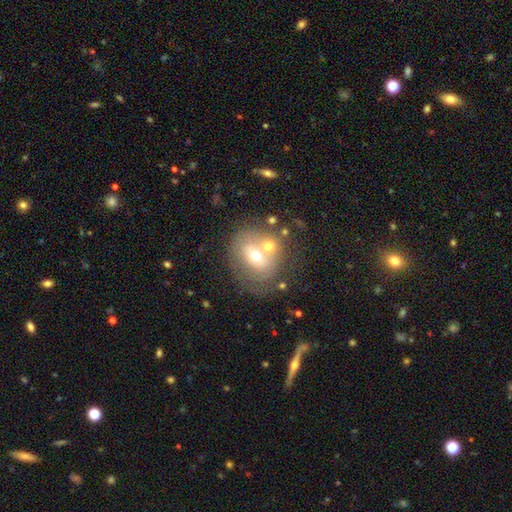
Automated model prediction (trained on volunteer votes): Smooth or featured: smooth — 54% (featured or disk — 34%)
How rounded: round — 68% (in between — 31%)
Merging: none — 41% (merger — 36%)